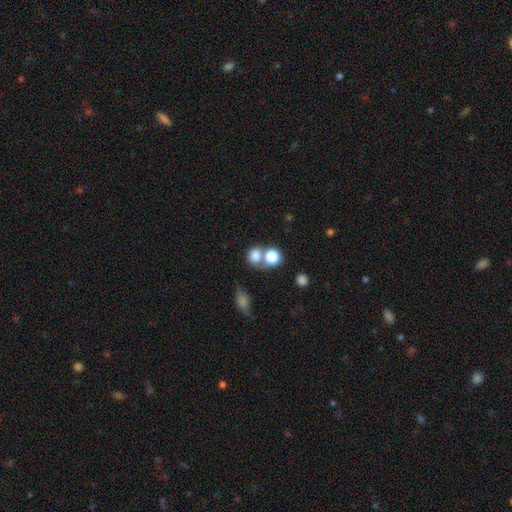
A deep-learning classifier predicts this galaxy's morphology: Smooth or featured? Predicted: smooth (p=0.78). How rounded? Predicted: round (p=0.71). Merging? Predicted: none (p=0.46).